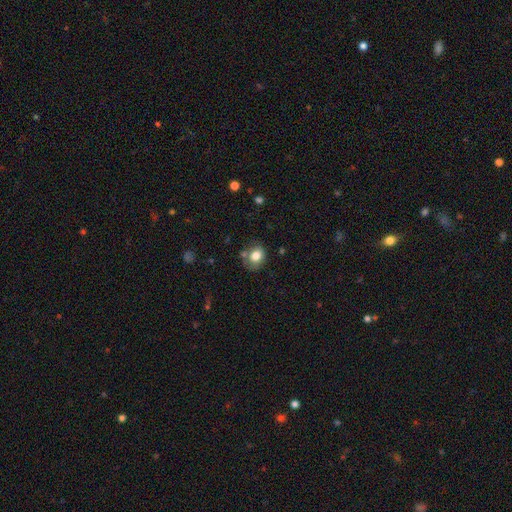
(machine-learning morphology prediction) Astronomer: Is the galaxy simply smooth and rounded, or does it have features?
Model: smooth — 80%.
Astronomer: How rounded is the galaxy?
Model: round — 51% (runner-up: in between, 48%).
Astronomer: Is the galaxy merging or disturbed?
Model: none — 62%.